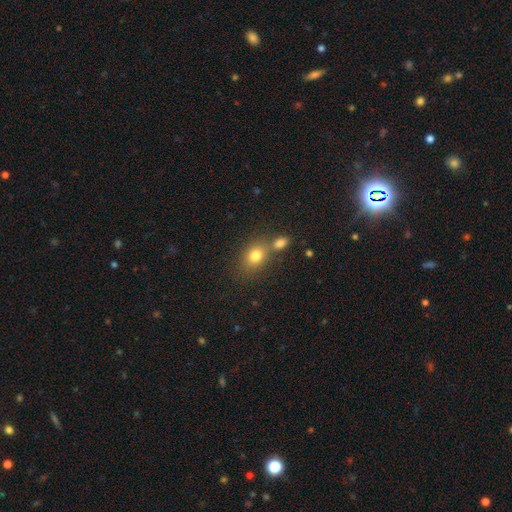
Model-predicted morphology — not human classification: The model was most divided on "how rounded": in between: 57%, round: 42%, cigar-shaped: 2%. More confident: smooth or featured — smooth (78%); merging — none (54%).